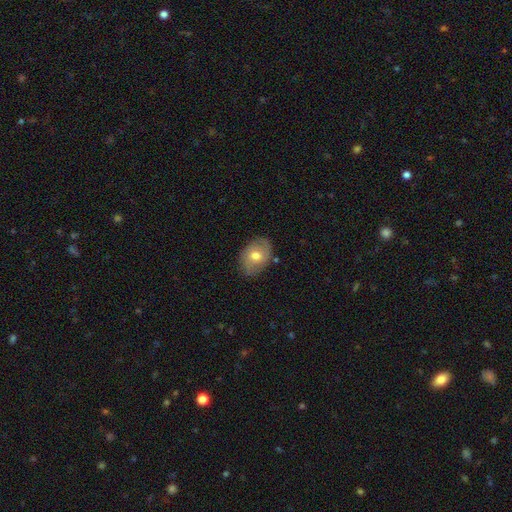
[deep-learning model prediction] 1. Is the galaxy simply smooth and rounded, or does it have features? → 57% smooth, 35% featured or disk, 8% star or artifact.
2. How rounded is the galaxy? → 75% in between, 24% round, 1% cigar-shaped.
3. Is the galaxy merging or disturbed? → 77% none, 18% minor disturbance, 4% major disturbance, 2% merger.